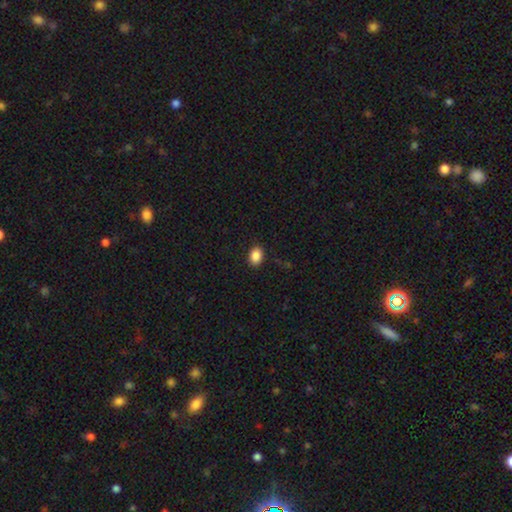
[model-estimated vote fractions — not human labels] A smooth galaxy with no disk features (88%) that is in between round and cigar-shaped (76%). Merging: none (88%).